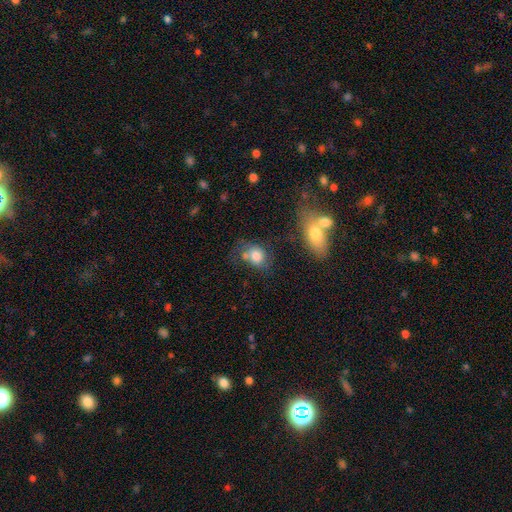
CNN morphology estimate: Q: Smooth or featured?
A: smooth (74%); runner-up: featured or disk (16%)
Q: How rounded?
A: in between (51%); runner-up: round (48%)
Q: Merging?
A: none (41%); runner-up: merger (25%)